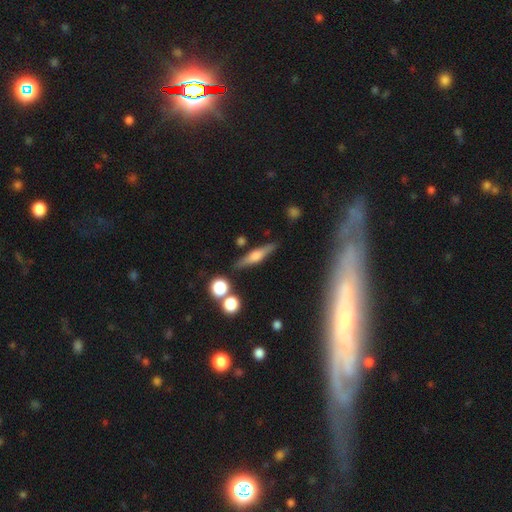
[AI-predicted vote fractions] Morphology: type=featured or disk (60%); edge-on=yes (95%); edge-on bulge=rounded (81%); merging=none (82%).